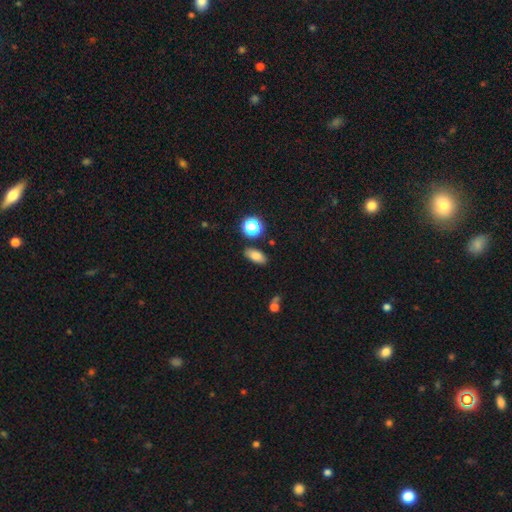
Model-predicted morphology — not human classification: Smooth or featured? Predicted: smooth (p=0.80). How rounded? Predicted: in between (p=0.84). Merging? Predicted: none (p=0.84).